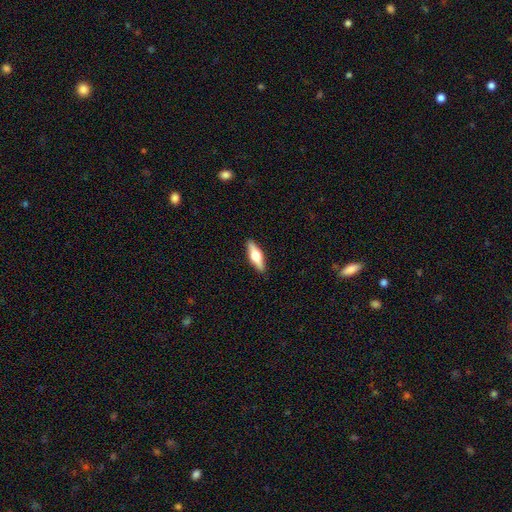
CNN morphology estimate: Smooth or featured? featured or disk (52%)
Edge-on disk? yes (94%)
Merging? none (90%)